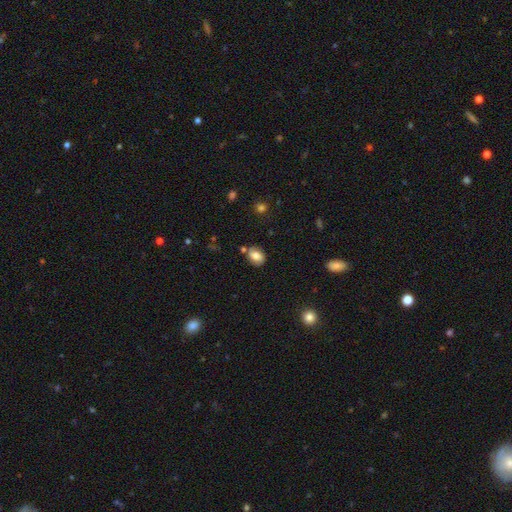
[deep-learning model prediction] smooth 71%, featured or disk 20%, star or artifact 9%. Down the decision tree: how rounded — in between (67%); merging — none (70%).